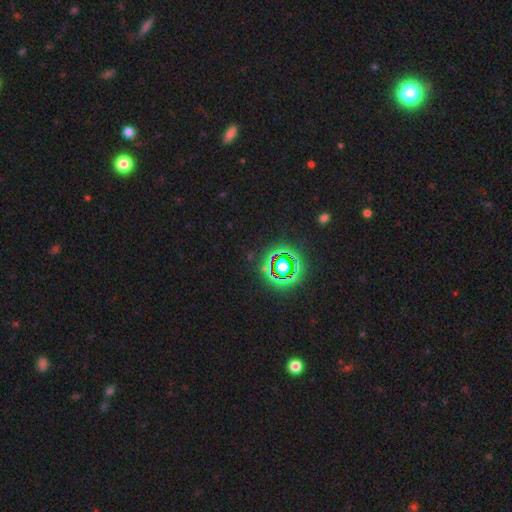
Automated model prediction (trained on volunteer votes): star or artifact 79%, smooth 13%, featured or disk 8%.